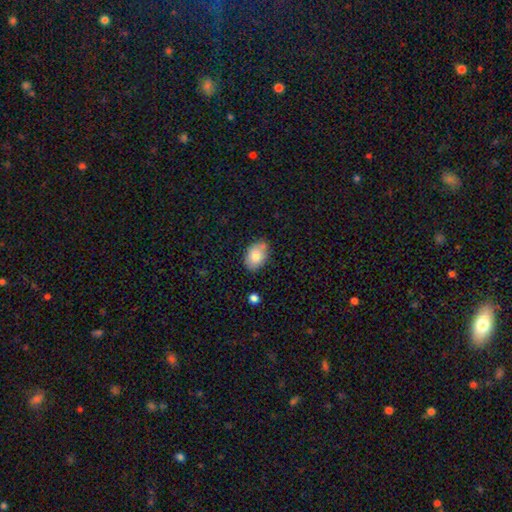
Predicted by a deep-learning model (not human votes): A smooth galaxy with no disk features (81%) that is in between round and cigar-shaped (84%). Merging: none (72%).